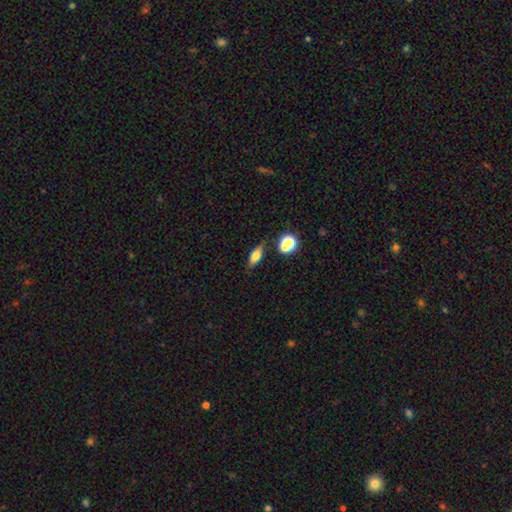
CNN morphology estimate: type=smooth (67%); roundness=in between (67%); merging=none (75%).